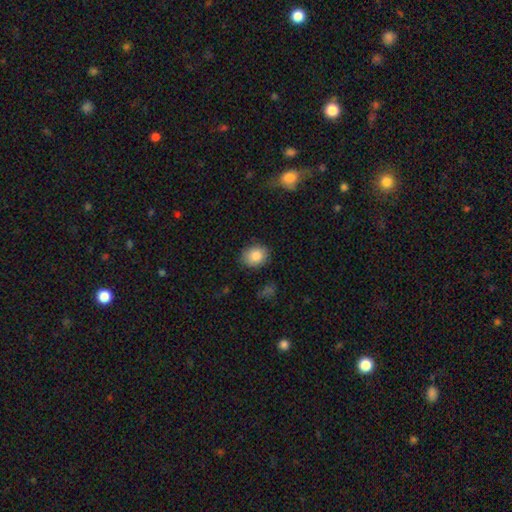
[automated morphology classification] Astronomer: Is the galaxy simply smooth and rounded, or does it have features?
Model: smooth — 86%.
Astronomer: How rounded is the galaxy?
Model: round — 58% (runner-up: in between, 41%).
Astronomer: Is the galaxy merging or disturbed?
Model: none — 84%.